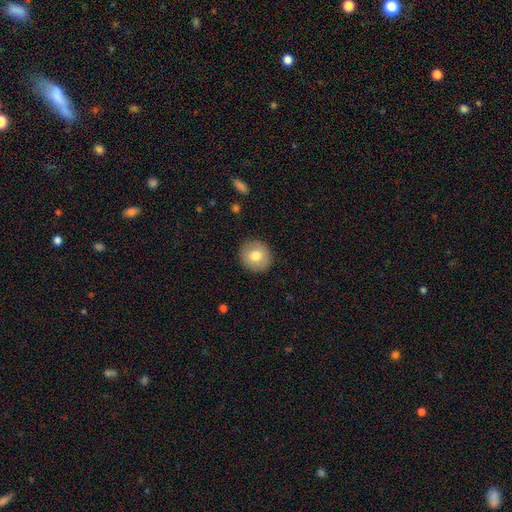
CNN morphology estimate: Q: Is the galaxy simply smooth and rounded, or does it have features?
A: smooth — 77%.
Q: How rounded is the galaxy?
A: round — 89%.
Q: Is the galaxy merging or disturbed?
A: none — 90%.